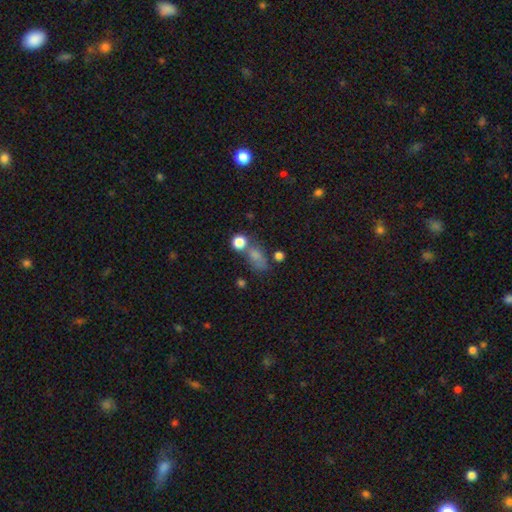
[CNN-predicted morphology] Smooth or featured: smooth — 68% (star or artifact — 20%)
How rounded: in between — 60% (round — 36%)
Merging: none — 42% (merger — 26%)